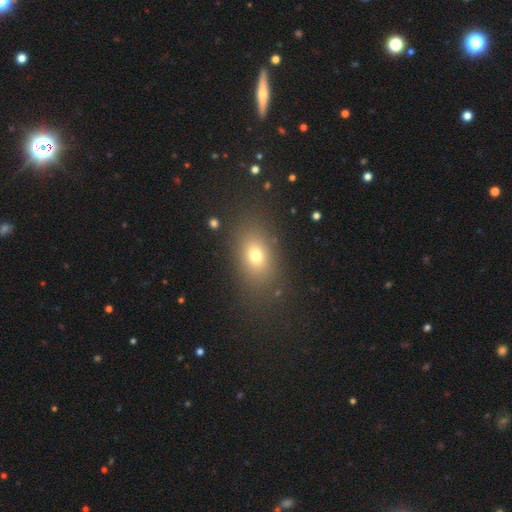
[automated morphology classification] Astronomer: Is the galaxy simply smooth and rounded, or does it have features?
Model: smooth — 72%.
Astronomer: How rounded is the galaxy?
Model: in between — 75%.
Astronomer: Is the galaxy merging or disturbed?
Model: none — 81%.